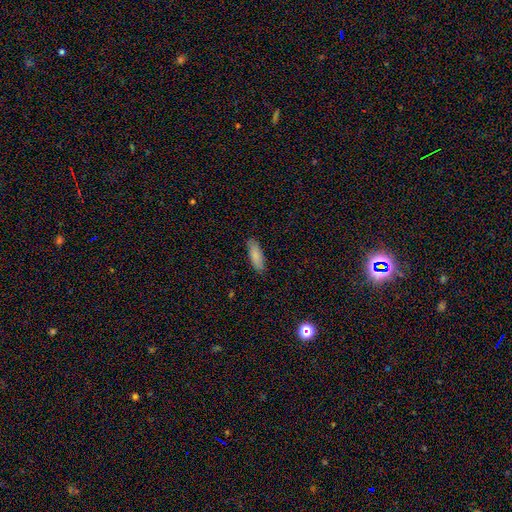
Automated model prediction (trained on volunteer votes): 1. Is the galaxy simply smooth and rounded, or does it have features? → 85% smooth, 8% featured or disk, 6% star or artifact.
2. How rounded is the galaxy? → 62% in between, 36% cigar-shaped, 2% round.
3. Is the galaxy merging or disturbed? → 85% none, 12% minor disturbance, 2% major disturbance, 1% merger.